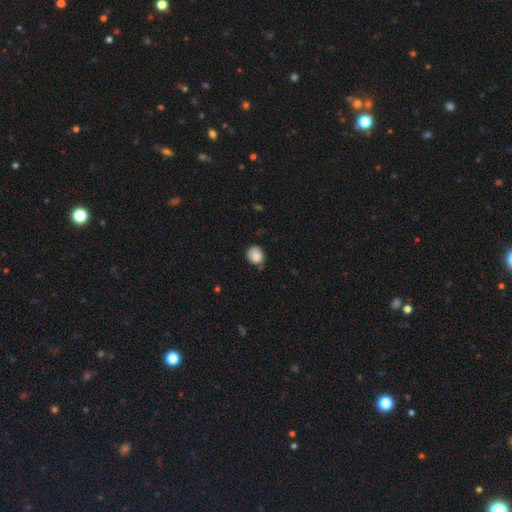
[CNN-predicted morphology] Smooth or featured? Predicted: smooth (p=0.86). How rounded? Predicted: round (p=0.72). Merging? Predicted: none (p=0.64).